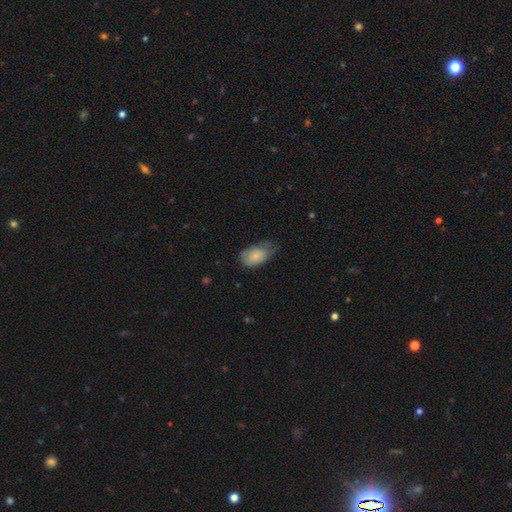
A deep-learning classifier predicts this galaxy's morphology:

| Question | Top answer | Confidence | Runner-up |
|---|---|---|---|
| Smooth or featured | smooth | 80% | featured or disk (13%) |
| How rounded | in between | 92% | round (7%) |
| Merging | minor disturbance | 44% | none (39%) |